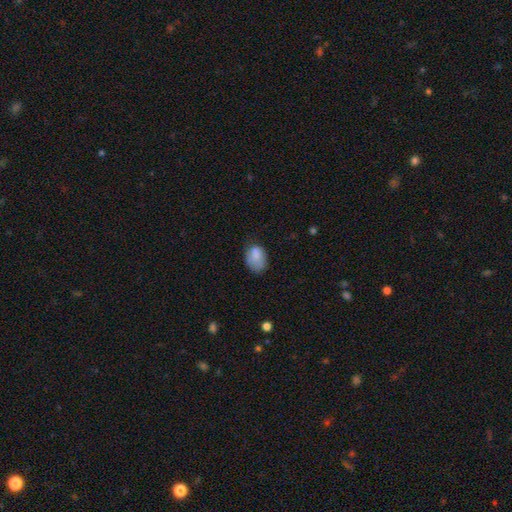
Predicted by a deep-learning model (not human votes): smooth-or-featured: smooth: 80% | featured or disk: 12% | star or artifact: 8%
  how-rounded: in between: 80% | round: 18% | cigar-shaped: 1%
  merging: none: 54% | minor disturbance: 32% | major disturbance: 12% | merger: 3%